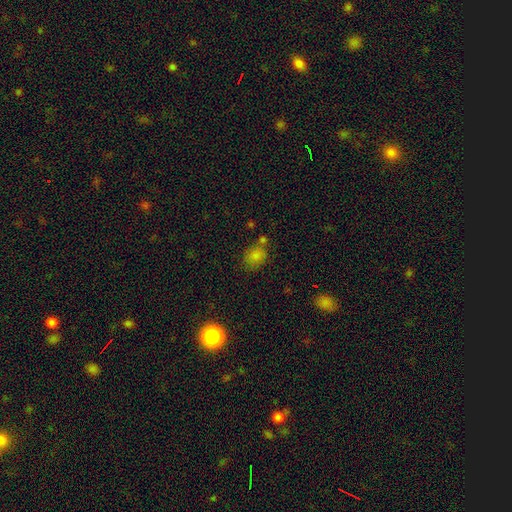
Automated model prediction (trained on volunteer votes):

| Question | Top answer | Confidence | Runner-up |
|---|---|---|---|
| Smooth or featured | smooth | 79% | star or artifact (14%) |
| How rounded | round | 51% | in between (48%) |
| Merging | none | 61% | merger (17%) |